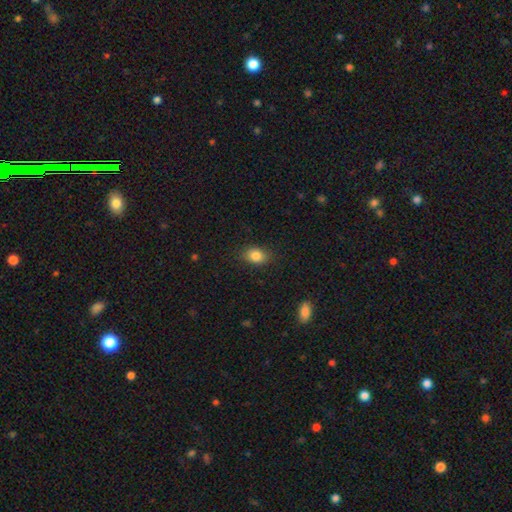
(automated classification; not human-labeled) This appears to be a smooth galaxy with no disk features (84%) that is in between round and cigar-shaped (72%). Merging: none (85%).